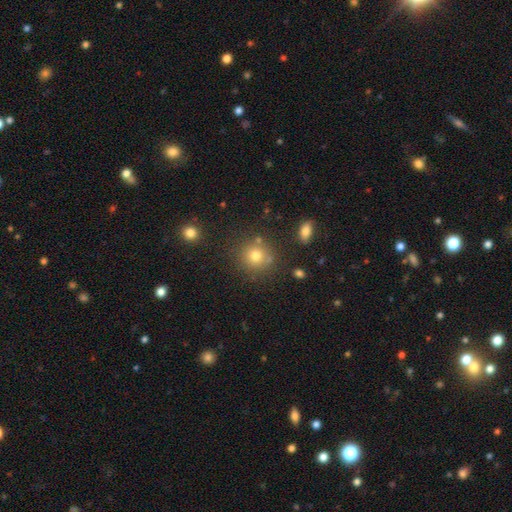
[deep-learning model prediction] A smooth galaxy with no disk features (75%) that is round (90%). Merging: none (79%).